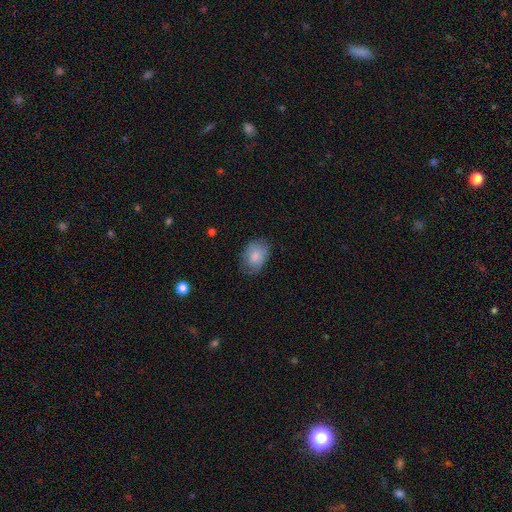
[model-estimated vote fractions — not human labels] Q: Smooth or featured?
A: smooth (75%); runner-up: featured or disk (18%)
Q: How rounded?
A: in between (78%); runner-up: round (21%)
Q: Merging?
A: none (65%); runner-up: minor disturbance (26%)